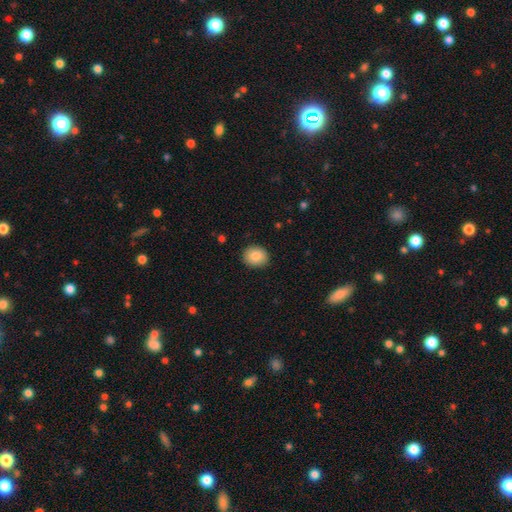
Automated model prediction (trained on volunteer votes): Smooth or featured?
  - smooth: 84% *
  - star or artifact: 8%
  - featured or disk: 8%
How rounded?
  - round: 70% *
  - in between: 29%
  - cigar-shaped: 1%
Merging?
  - none: 89% *
  - minor disturbance: 8%
  - major disturbance: 2%
  - merger: 1%